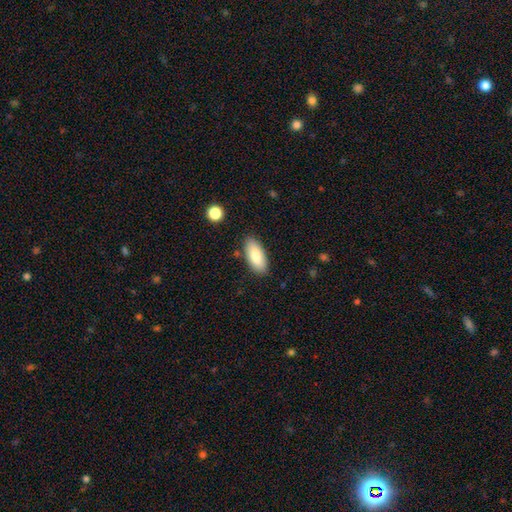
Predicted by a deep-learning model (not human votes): Smooth or featured?
  - smooth: 80% *
  - featured or disk: 14%
  - star or artifact: 6%
How rounded?
  - in between: 87% *
  - cigar-shaped: 11%
  - round: 2%
Merging?
  - none: 84% *
  - minor disturbance: 11%
  - major disturbance: 2%
  - merger: 2%